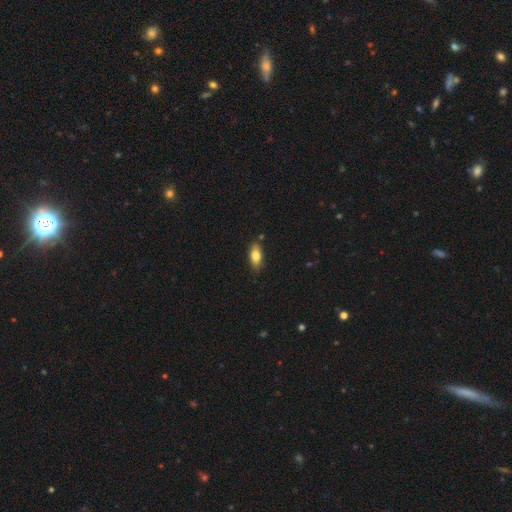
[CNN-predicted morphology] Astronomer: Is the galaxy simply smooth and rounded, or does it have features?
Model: smooth — 80%.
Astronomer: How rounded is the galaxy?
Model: in between — 84%.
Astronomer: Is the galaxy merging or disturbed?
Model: none — 83%.